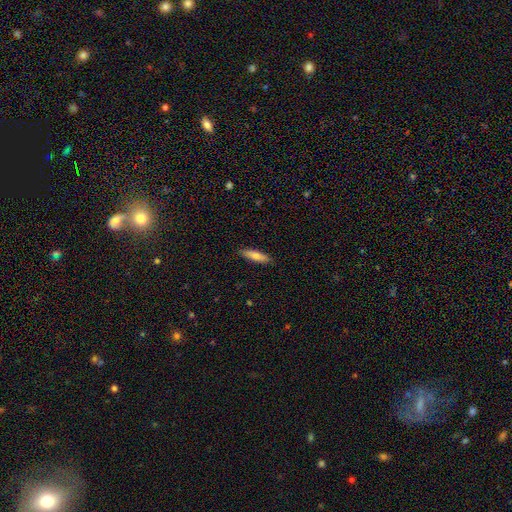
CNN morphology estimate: Q: Smooth or featured?
A: smooth (73%); runner-up: featured or disk (21%)
Q: How rounded?
A: cigar-shaped (64%); runner-up: in between (34%)
Q: Merging?
A: none (89%); runner-up: minor disturbance (9%)